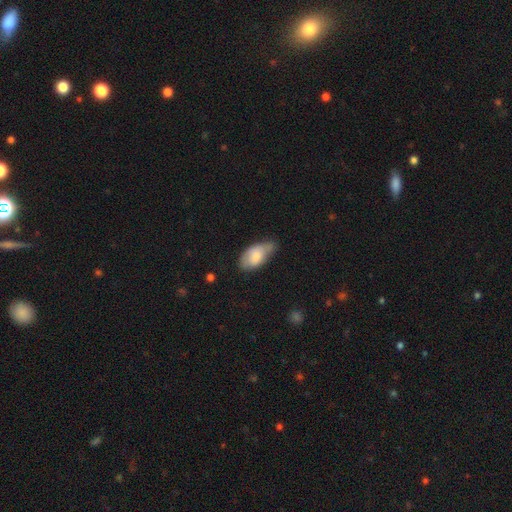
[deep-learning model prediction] Overall: smooth (74%). How rounded: in between (93%). Merging: minor disturbance (45%; none 37%).